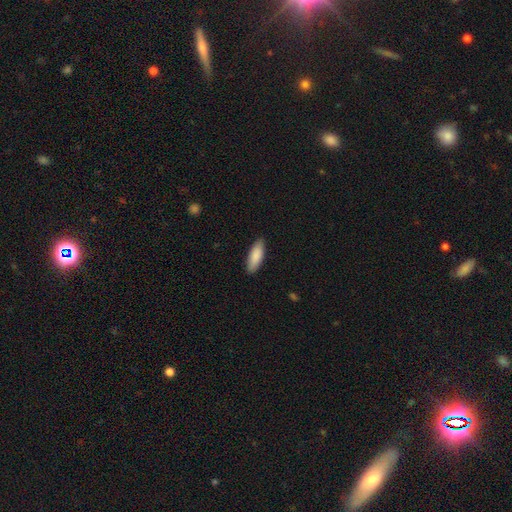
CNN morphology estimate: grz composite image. It shows a smooth galaxy with no disk features (88%) that is in between round and cigar-shaped (66%). Merging: none (87%).